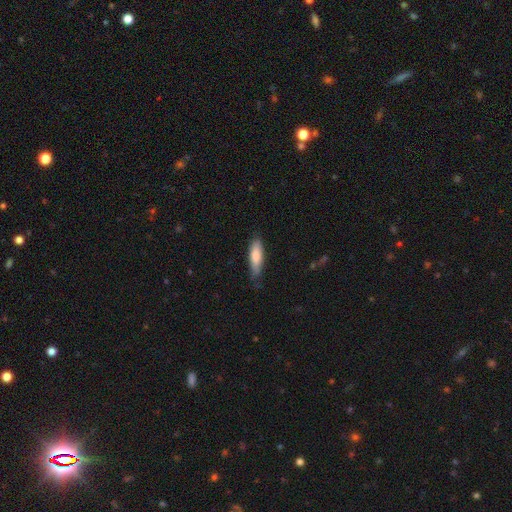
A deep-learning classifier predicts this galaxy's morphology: smooth-or-featured: smooth: 77% | featured or disk: 17% | star or artifact: 6%
  how-rounded: cigar-shaped: 56% | in between: 42% | round: 2%
  merging: none: 70% | minor disturbance: 25% | major disturbance: 4% | merger: 1%